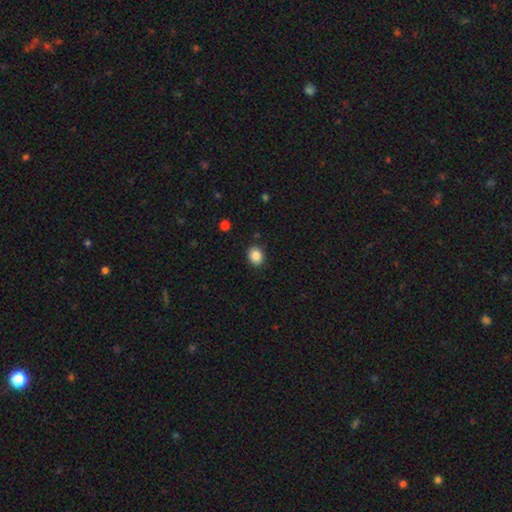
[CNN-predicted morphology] This is clearly a smooth galaxy (87%). How rounded: possibly round (56%). Merging: clearly none (88%).